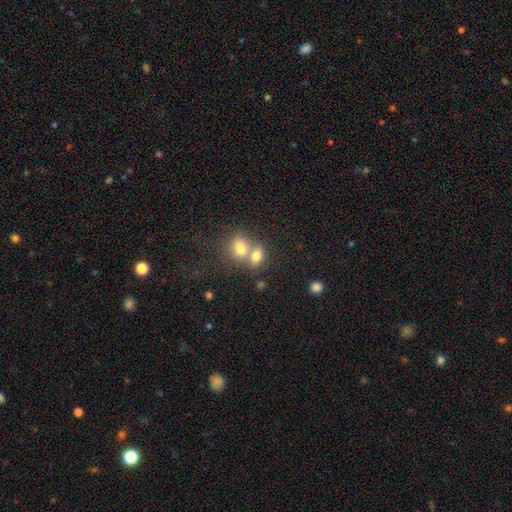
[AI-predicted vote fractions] Q: Smooth or featured?
A: smooth (60%); runner-up: star or artifact (21%)
Q: How rounded?
A: round (72%); runner-up: in between (27%)
Q: Merging?
A: merger (58%); runner-up: none (31%)